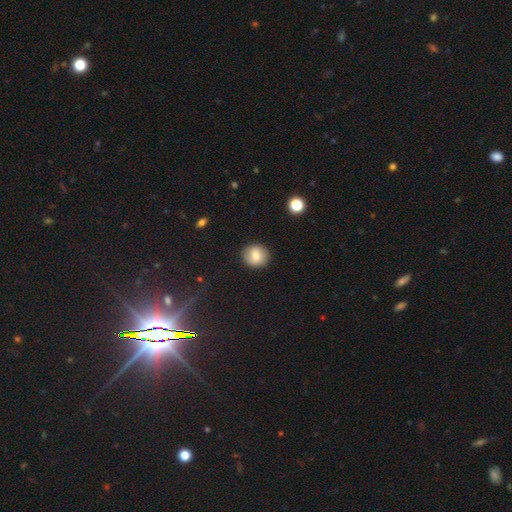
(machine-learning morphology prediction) smooth_or_featured: smooth (p=0.82) [alt: featured or disk p=0.10]
how_rounded: round (p=0.84) [alt: in between p=0.15]
merging: none (p=0.89) [alt: minor disturbance p=0.07]